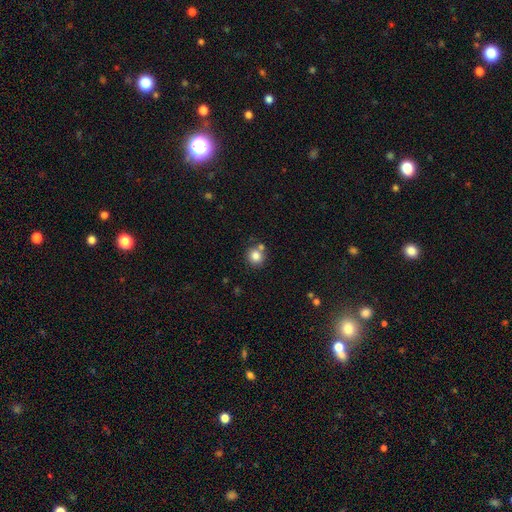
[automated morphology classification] This appears to be a smooth galaxy with no disk features (83%) that is round (90%). Merging: none (70%).